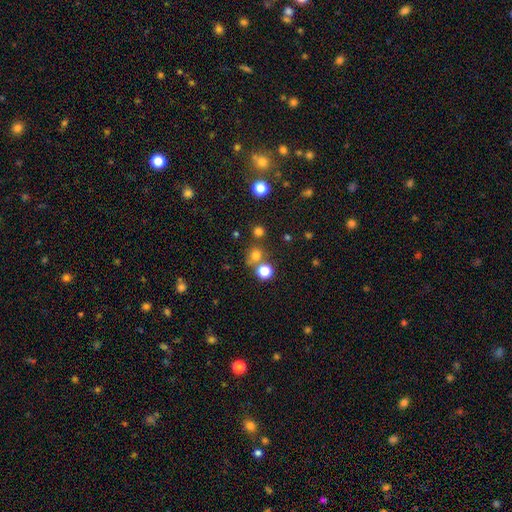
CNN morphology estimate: Q: Smooth or featured?
A: smooth (72%); runner-up: star or artifact (21%)
Q: How rounded?
A: round (88%); runner-up: in between (11%)
Q: Merging?
A: none (67%); runner-up: merger (21%)